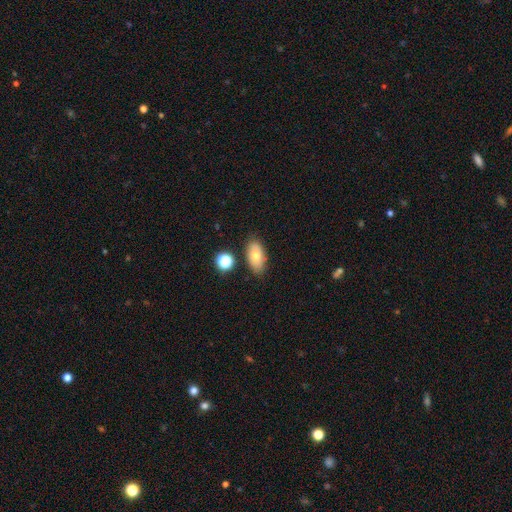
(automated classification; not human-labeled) smooth_or_featured: smooth (p=0.70) [alt: featured or disk p=0.21]
how_rounded: in between (p=0.90) [alt: round p=0.07]
merging: none (p=0.80) [alt: minor disturbance p=0.13]